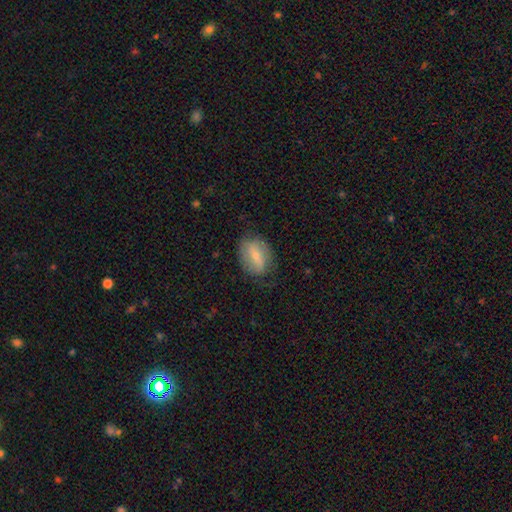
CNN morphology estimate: Smooth or featured: smooth — 52% (featured or disk — 40%)
How rounded: in between — 77% (round — 20%)
Merging: none — 67% (minor disturbance — 23%)